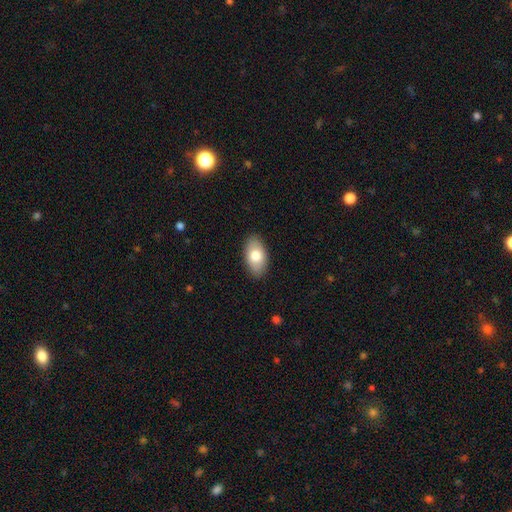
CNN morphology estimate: Smooth or featured?
  - smooth: 77% *
  - featured or disk: 17%
  - star or artifact: 6%
How rounded?
  - in between: 94% *
  - round: 4%
  - cigar-shaped: 2%
Merging?
  - none: 88% *
  - minor disturbance: 9%
  - major disturbance: 2%
  - merger: 1%